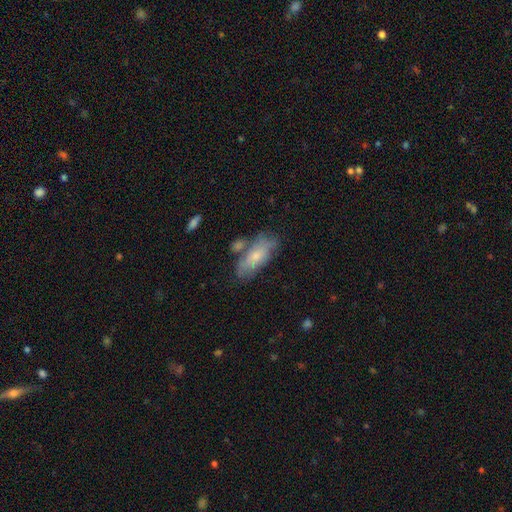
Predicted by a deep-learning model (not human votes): Smooth or featured?
  - smooth: 61% *
  - featured or disk: 33%
  - star or artifact: 7%
How rounded?
  - in between: 79% *
  - cigar-shaped: 18%
  - round: 3%
Merging?
  - none: 56% *
  - minor disturbance: 22%
  - merger: 14%
  - major disturbance: 7%